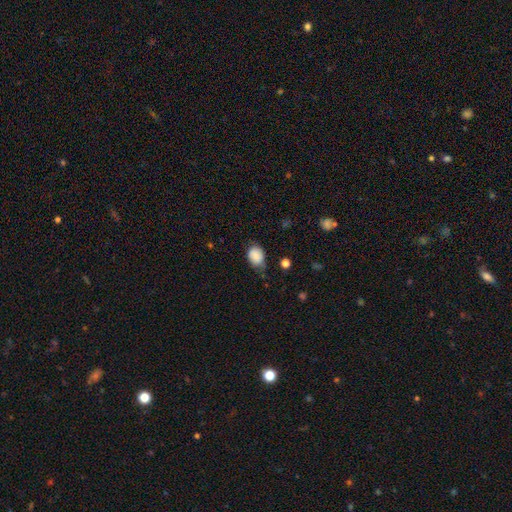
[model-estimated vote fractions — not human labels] Morphology: type=smooth (86%); roundness=in between (65%); merging=none (56%).